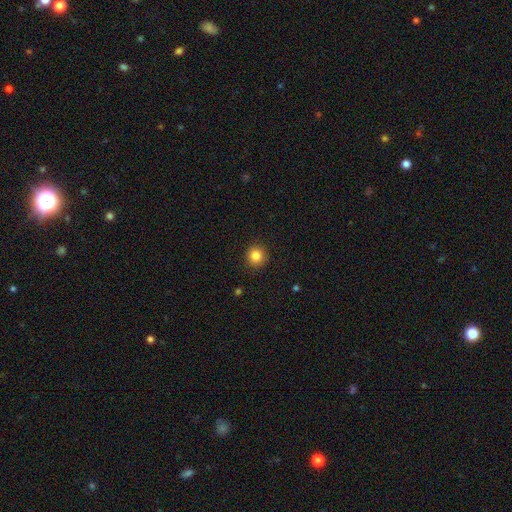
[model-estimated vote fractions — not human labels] Q: Smooth or featured?
A: smooth (84%); runner-up: star or artifact (11%)
Q: How rounded?
A: round (93%); runner-up: in between (6%)
Q: Merging?
A: none (92%); runner-up: minor disturbance (5%)